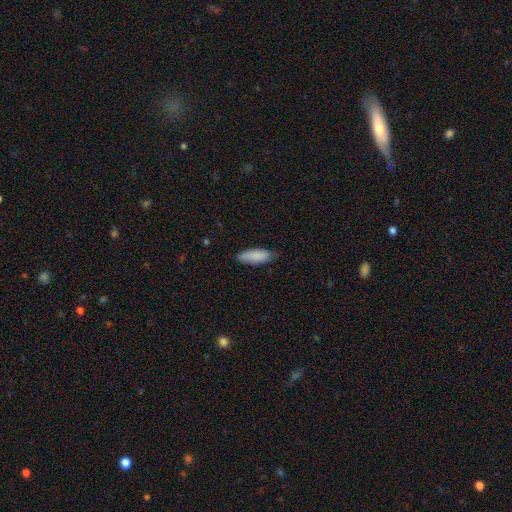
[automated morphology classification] The model was most divided on "how rounded": in between: 65%, cigar-shaped: 34%, round: 2%. More confident: smooth or featured — smooth (85%); merging — none (73%).